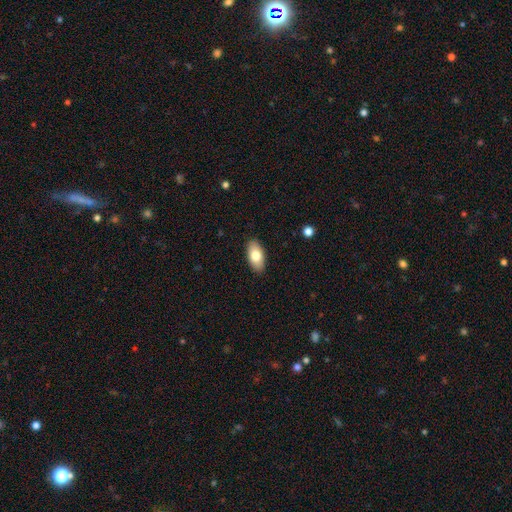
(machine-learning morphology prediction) A smooth galaxy with no disk features (77%) that is in between round and cigar-shaped (92%). Merging: none (89%).